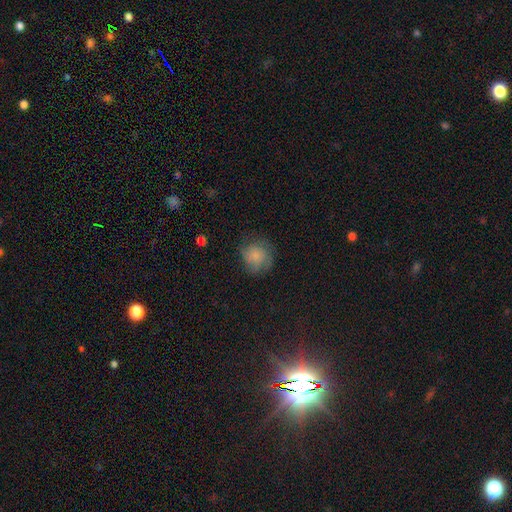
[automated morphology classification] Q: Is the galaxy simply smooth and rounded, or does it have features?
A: smooth — 76%.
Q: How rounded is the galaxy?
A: round — 87%.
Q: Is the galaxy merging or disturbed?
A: none — 68%.